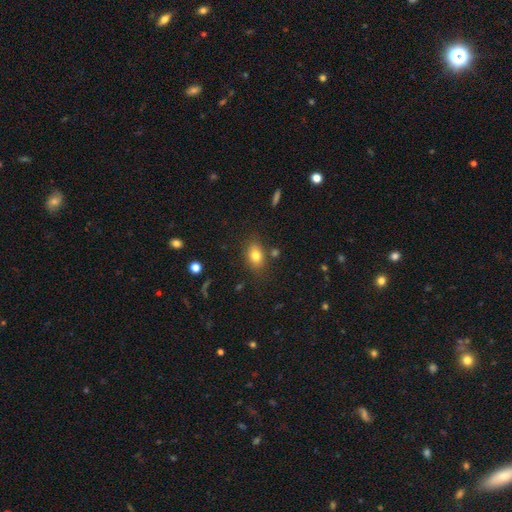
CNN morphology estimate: smooth-or-featured: smooth: 79% | star or artifact: 10% | featured or disk: 10%
  how-rounded: in between: 76% | round: 22% | cigar-shaped: 2%
  merging: none: 80% | minor disturbance: 12% | merger: 4% | major disturbance: 3%